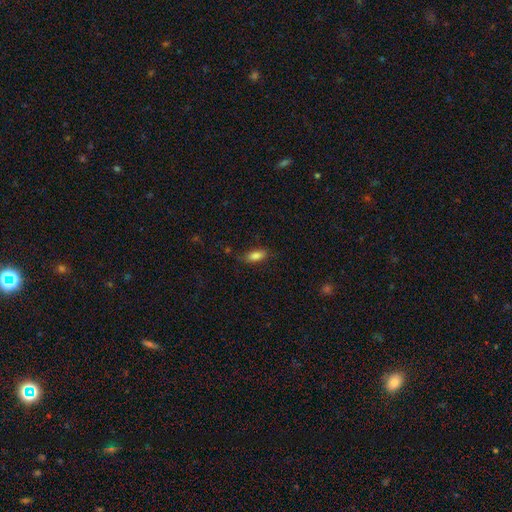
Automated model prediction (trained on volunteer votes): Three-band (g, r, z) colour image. It shows a smooth galaxy with no disk features (84%) that is in between round and cigar-shaped (83%). Merging: none (78%).